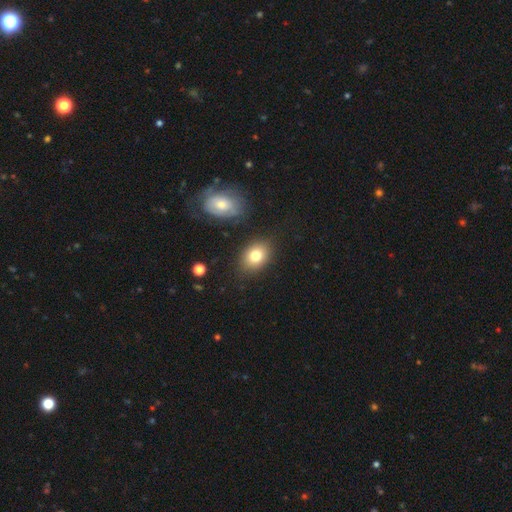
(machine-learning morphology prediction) Smooth or featured? Predicted: smooth (p=0.79). How rounded? Predicted: in between (p=0.69). Merging? Predicted: none (p=0.83).